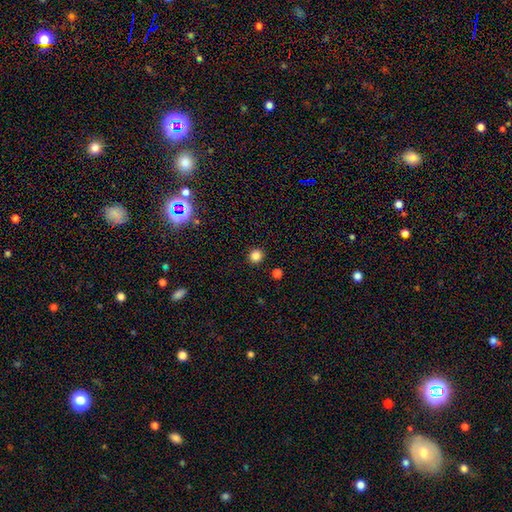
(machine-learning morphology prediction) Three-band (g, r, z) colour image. It shows a smooth galaxy with no disk features (83%) that is round (94%). Merging: none (93%).